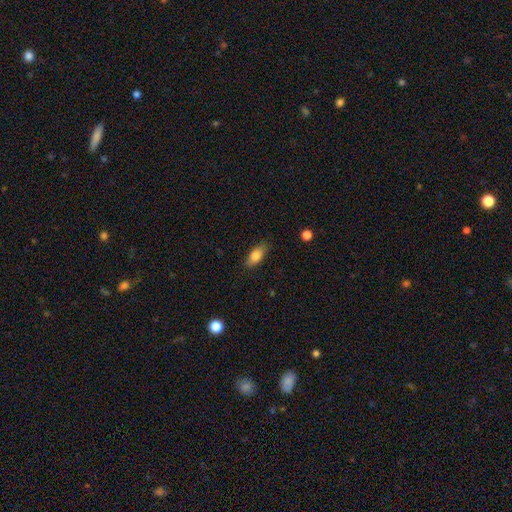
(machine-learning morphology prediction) A smooth galaxy with no disk features (81%) that is in between round and cigar-shaped (83%). Merging: none (84%).